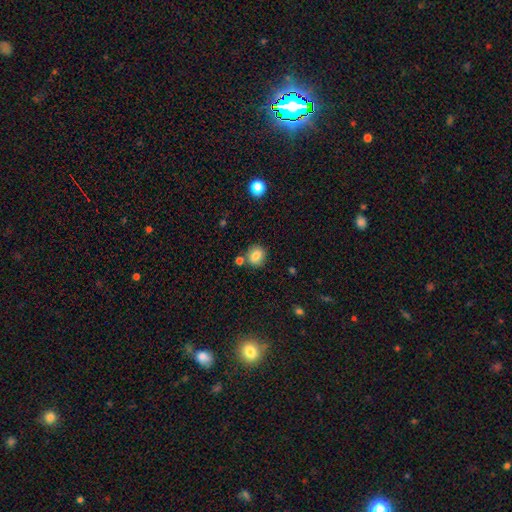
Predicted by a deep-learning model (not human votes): Smooth or featured? Predicted: smooth (p=0.83). How rounded? Predicted: round (p=0.76). Merging? Predicted: none (p=0.75).